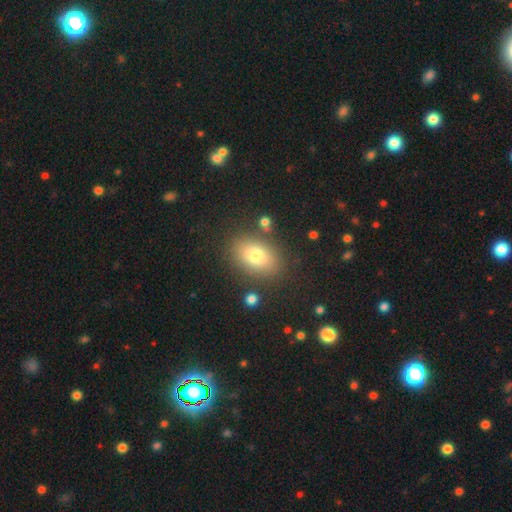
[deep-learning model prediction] A smooth galaxy with no disk features (77%) that is in between round and cigar-shaped (81%). Merging: none (82%).